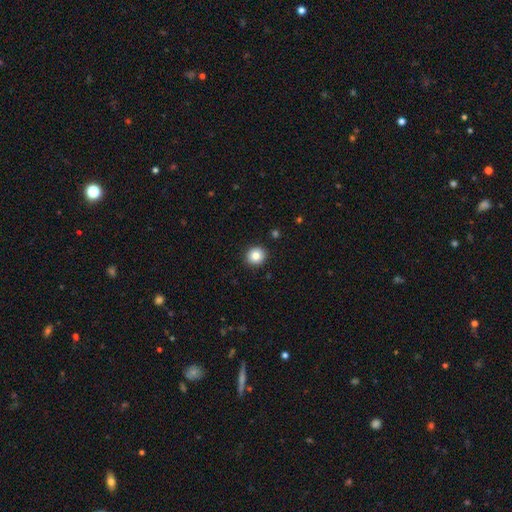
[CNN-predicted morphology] smooth_or_featured: smooth (p=0.83) [alt: star or artifact p=0.10]
how_rounded: round (p=0.89) [alt: in between p=0.10]
merging: none (p=0.92) [alt: minor disturbance p=0.05]